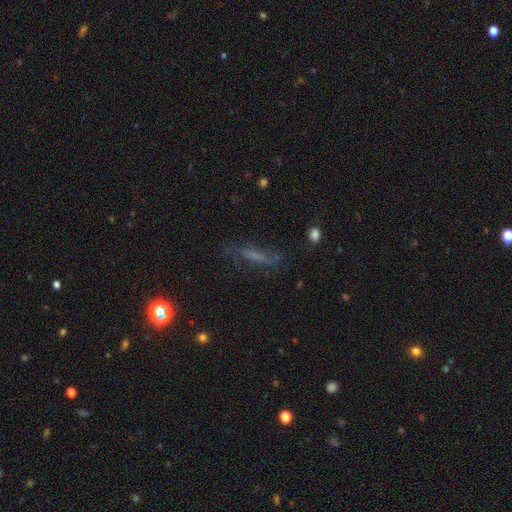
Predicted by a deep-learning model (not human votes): The model was most divided on "smooth or featured" (2-way tie): featured or disk: 39%, smooth: 39%, star or artifact: 22%. More confident: merging — none (63%).